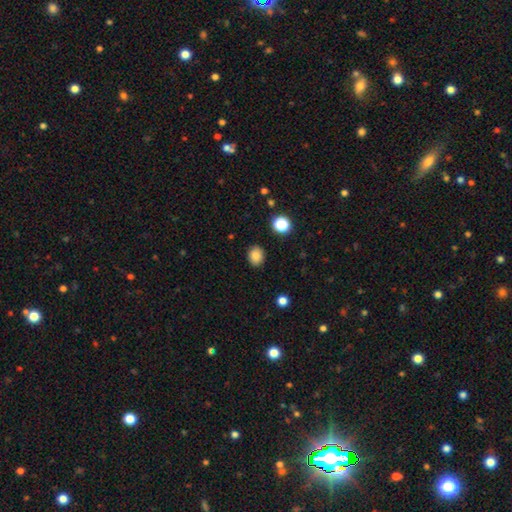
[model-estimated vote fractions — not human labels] smooth-or-featured: smooth: 85% | star or artifact: 11% | featured or disk: 4%
  how-rounded: round: 56% | in between: 43% | cigar-shaped: 1%
  merging: none: 88% | minor disturbance: 8% | major disturbance: 2% | merger: 1%